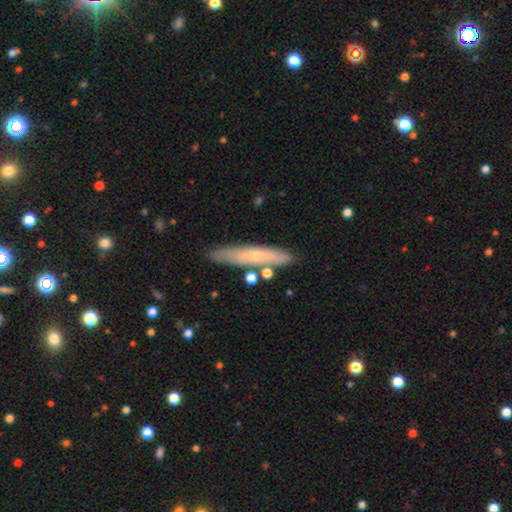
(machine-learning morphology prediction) Smooth or featured? smooth (55%)
How rounded? cigar-shaped (90%)
Merging? none (81%)